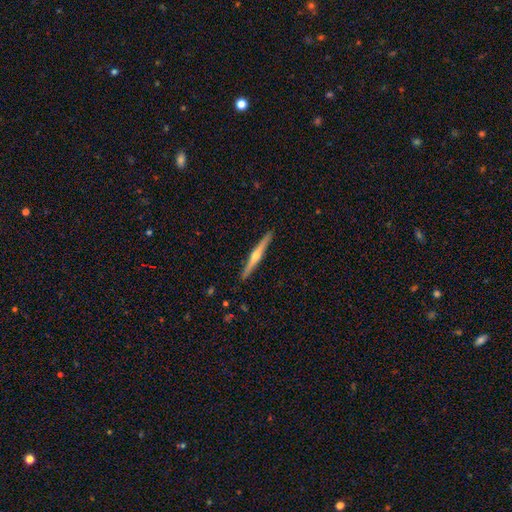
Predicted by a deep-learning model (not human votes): Overall: featured or disk (73%). Edge-on disk: yes (98%). Edge-on bulge: rounded (90%). Merging: none (92%).